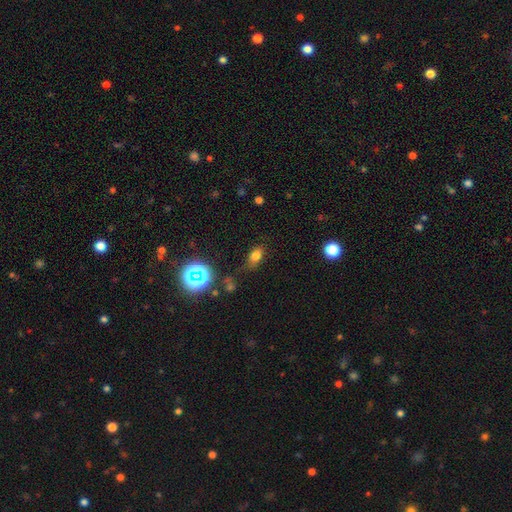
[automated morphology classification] The model was most divided on "merging": none: 68%, minor disturbance: 21%, major disturbance: 7%, merger: 4%. More confident: how rounded — in between (80%); smooth or featured — smooth (73%).